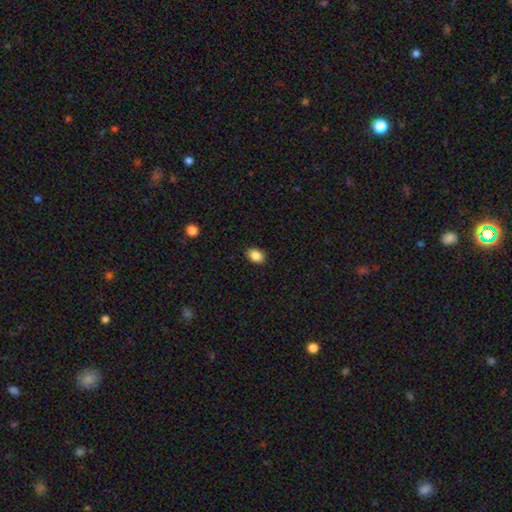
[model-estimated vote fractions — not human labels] Smooth or featured? smooth (87%)
How rounded? in between (76%)
Merging? none (89%)